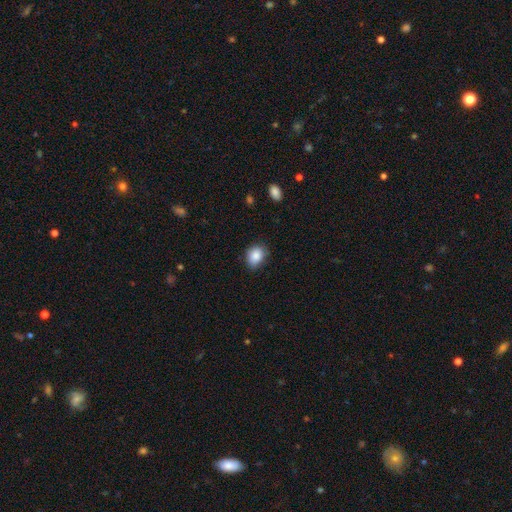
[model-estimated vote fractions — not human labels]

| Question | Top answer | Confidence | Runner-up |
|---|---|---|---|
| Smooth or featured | smooth | 87% | star or artifact (8%) |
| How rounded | in between | 58% | round (41%) |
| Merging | none | 73% | minor disturbance (22%) |